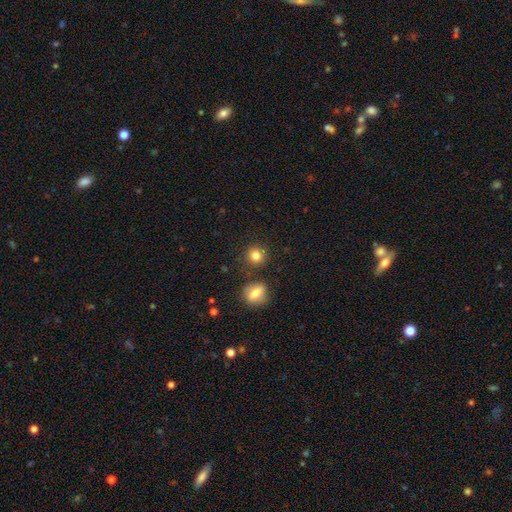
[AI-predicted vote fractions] smooth 83%, star or artifact 11%, featured or disk 6%. Down the decision tree: how rounded — round (88%); merging — none (84%).